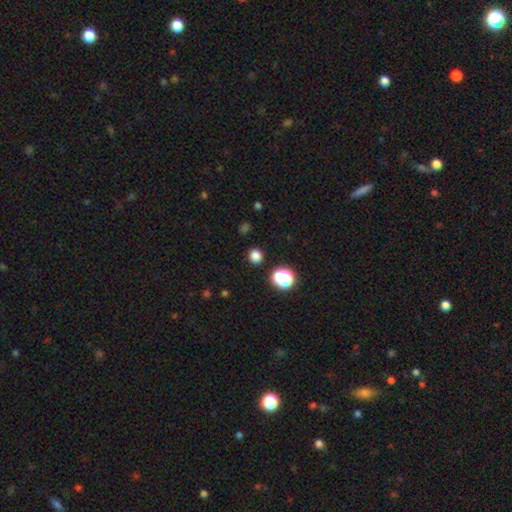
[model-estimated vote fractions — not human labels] smooth_or_featured: smooth (p=0.79) [alt: star or artifact p=0.17]
how_rounded: round (p=0.89) [alt: in between p=0.10]
merging: none (p=0.88) [alt: minor disturbance p=0.06]